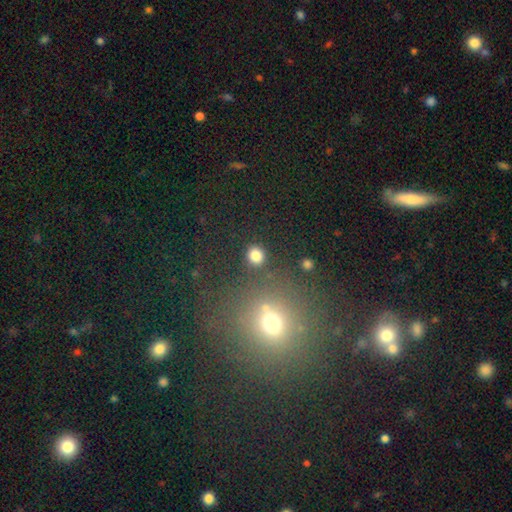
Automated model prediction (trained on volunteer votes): smooth_or_featured: smooth (p=0.82) [alt: star or artifact p=0.13]
how_rounded: round (p=0.85) [alt: in between p=0.14]
merging: none (p=0.86) [alt: minor disturbance p=0.07]